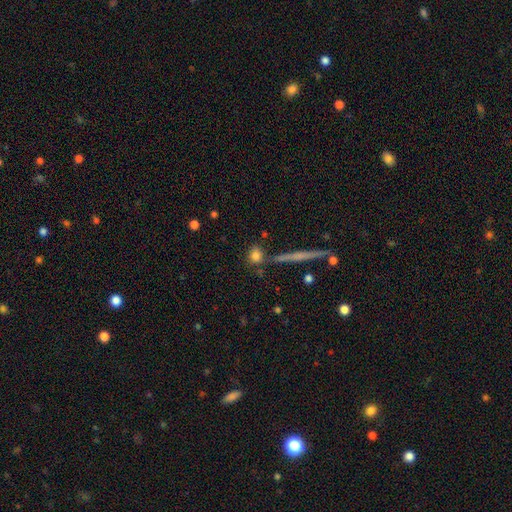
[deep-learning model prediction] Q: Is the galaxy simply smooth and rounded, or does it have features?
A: smooth — 78%.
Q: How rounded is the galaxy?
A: round — 71%.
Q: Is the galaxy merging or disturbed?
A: none — 73%.